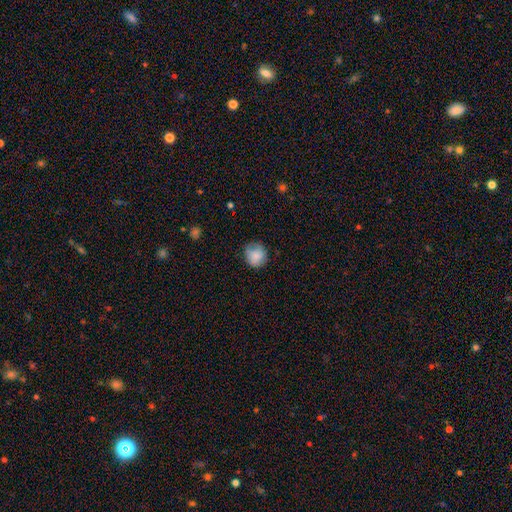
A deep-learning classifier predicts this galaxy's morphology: type=smooth (84%); roundness=round (85%); merging=none (74%).